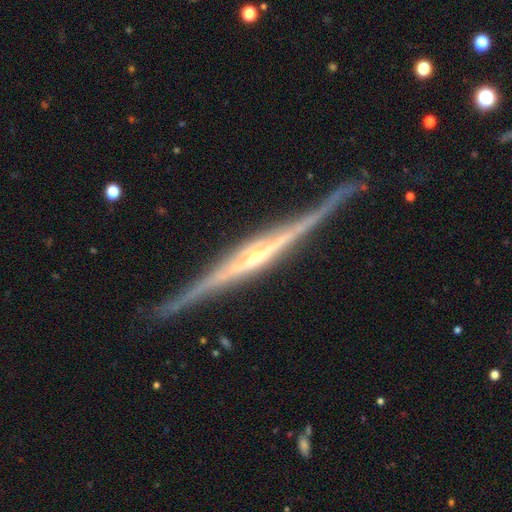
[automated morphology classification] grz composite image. It shows a featured or disk galaxy (90%) viewed edge-on (98%) with a rounded central bulge (69%). Merging: none (87%).